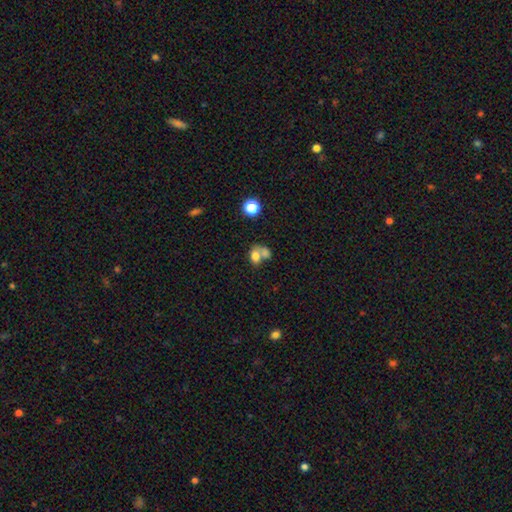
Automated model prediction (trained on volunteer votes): Smooth or featured?
  - smooth: 73% *
  - featured or disk: 16%
  - star or artifact: 11%
How rounded?
  - in between: 65% *
  - round: 34%
  - cigar-shaped: 1%
Merging?
  - merger: 63% *
  - none: 23%
  - minor disturbance: 8%
  - major disturbance: 6%